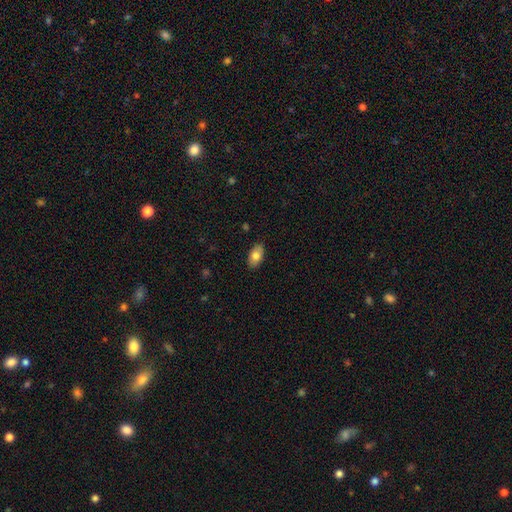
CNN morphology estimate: smooth 78%, featured or disk 15%, star or artifact 7%. Down the decision tree: how rounded — in between (93%); merging — none (87%).